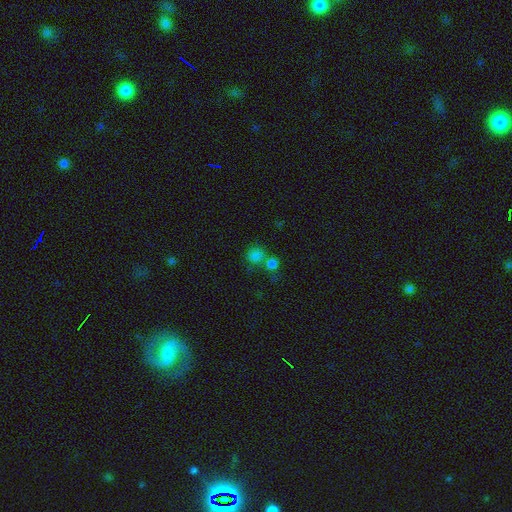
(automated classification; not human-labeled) A smooth galaxy with no disk features (78%) that is round (86%). Merging: none (52%).